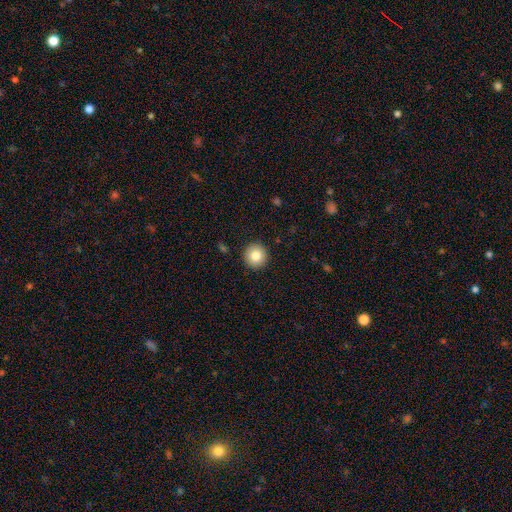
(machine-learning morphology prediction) The model was most divided on "smooth or featured": smooth: 82%, star or artifact: 9%, featured or disk: 8%. More confident: how rounded — round (95%); merging — none (92%).